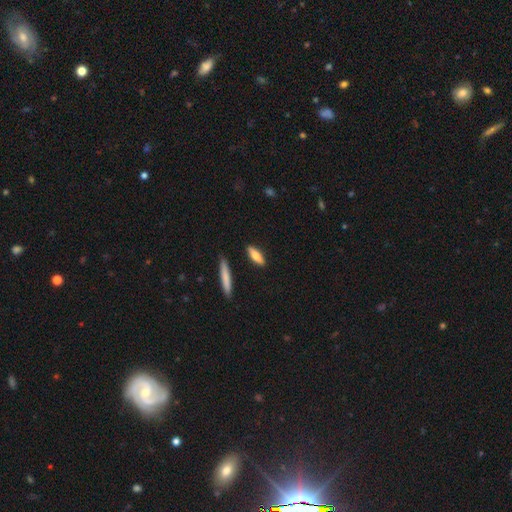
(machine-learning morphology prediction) The model was most divided on "how rounded": cigar-shaped: 55%, in between: 43%, round: 2%. More confident: merging — none (87%); smooth or featured — smooth (72%).